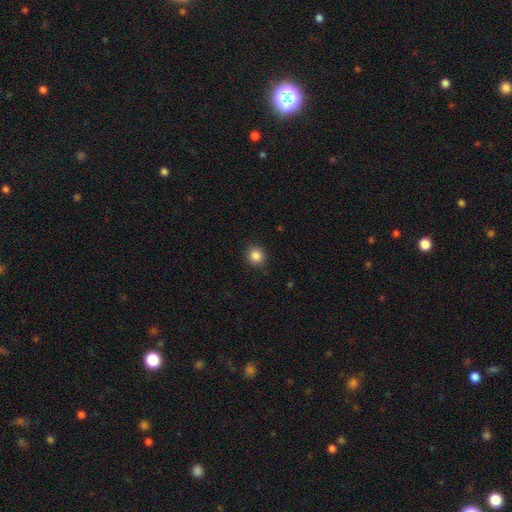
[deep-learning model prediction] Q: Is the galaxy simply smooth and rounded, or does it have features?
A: smooth — 86%.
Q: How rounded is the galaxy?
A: round — 83%.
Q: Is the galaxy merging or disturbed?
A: none — 89%.